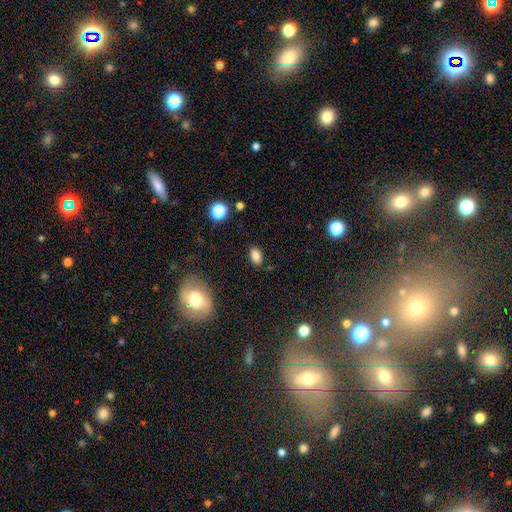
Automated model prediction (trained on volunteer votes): The model was most divided on "smooth or featured": smooth: 83%, star or artifact: 11%, featured or disk: 6%. More confident: how rounded — in between (86%); merging — none (84%).